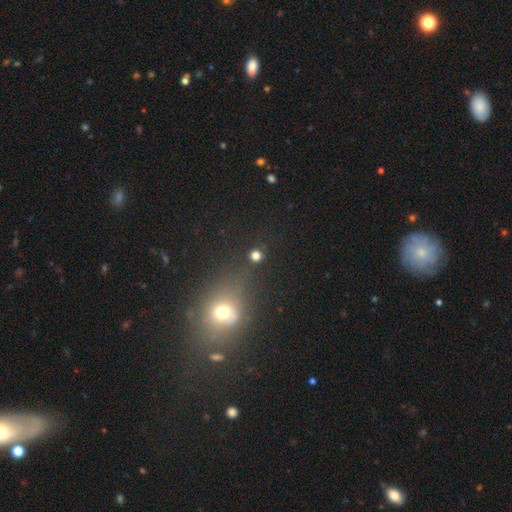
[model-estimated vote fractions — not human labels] A smooth galaxy with no disk features (73%) that is round (91%). Merging: none (85%).